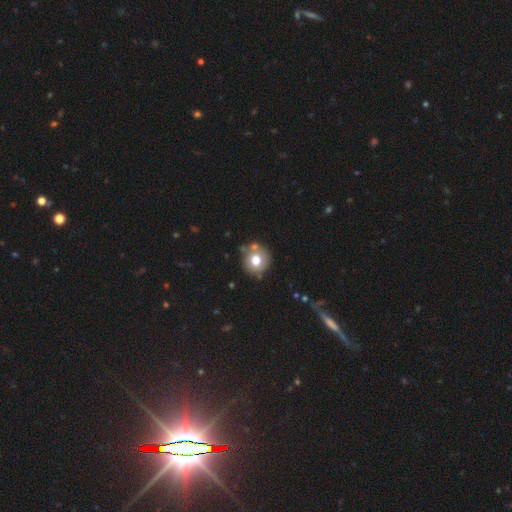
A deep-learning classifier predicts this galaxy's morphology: smooth_or_featured: smooth (p=0.72) [alt: featured or disk p=0.17]
how_rounded: round (p=0.91) [alt: in between p=0.09]
merging: none (p=0.75) [alt: minor disturbance p=0.12]